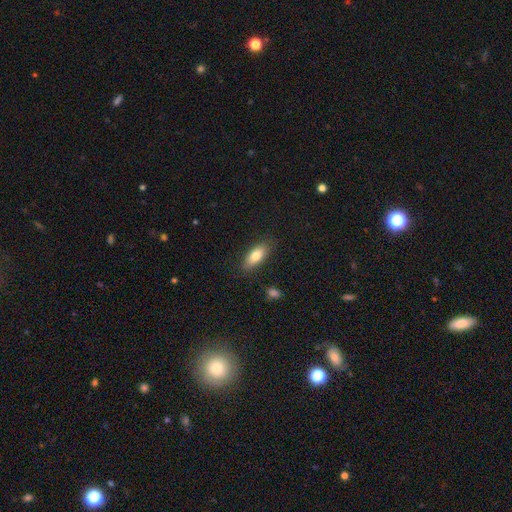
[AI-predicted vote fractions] A smooth galaxy with no disk features (77%) that is in between round and cigar-shaped (76%).

Vote fractions:
- Smooth or featured? smooth: 77% / featured or disk: 16% / star or artifact: 7%
- How rounded? in between: 76% / cigar-shaped: 21% / round: 3%
- Merging? none: 84% / minor disturbance: 11% / major disturbance: 3% / merger: 2%